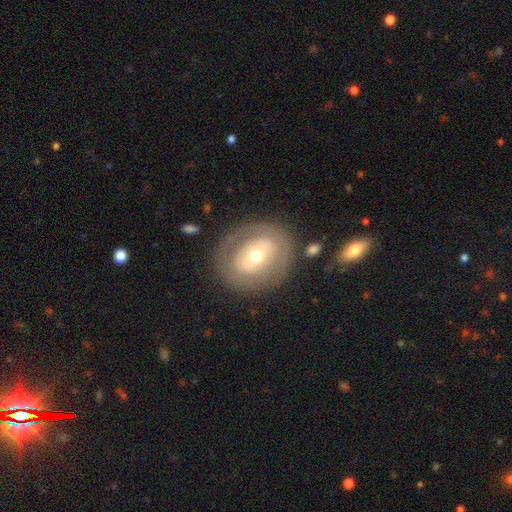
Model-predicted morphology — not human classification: This is possibly a featured or disk galaxy (55%). It is clearly not viewed edge-on (93%). Bar: possibly no (51%). Spiral arm pattern: clearly no (80%). Central bulge: likely moderate (65%). Merging: likely none (79%).